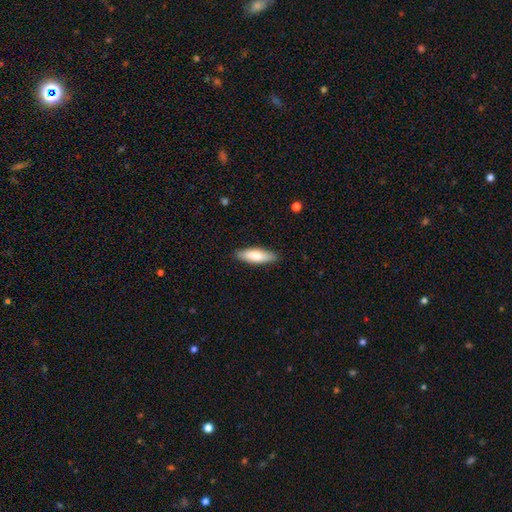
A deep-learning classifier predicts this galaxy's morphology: Smooth or featured: smooth — 79% (featured or disk — 16%)
How rounded: in between — 51% (cigar-shaped — 47%)
Merging: none — 89% (minor disturbance — 9%)